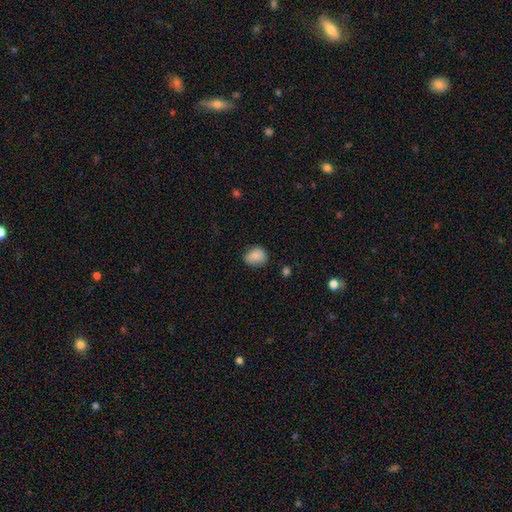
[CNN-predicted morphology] This is clearly a smooth galaxy (84%). How rounded: possibly in between (52%). Merging: likely none (71%).